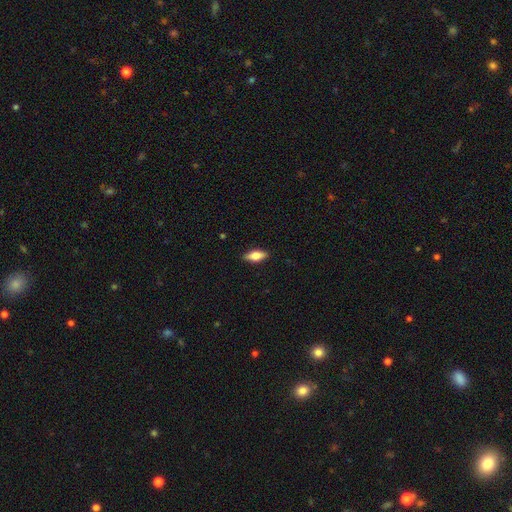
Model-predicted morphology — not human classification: Smooth or featured? smooth (68%)
How rounded? in between (77%)
Merging? none (88%)